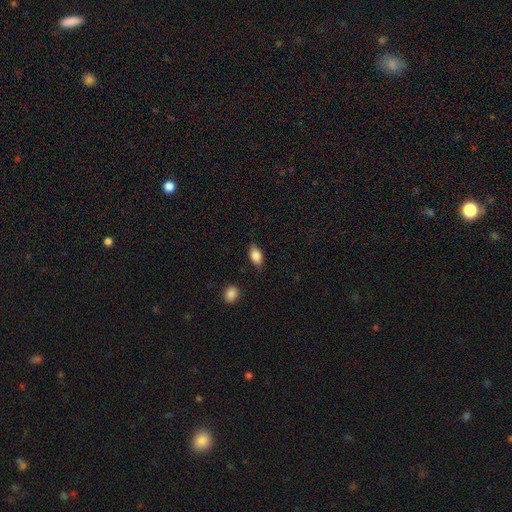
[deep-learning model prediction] Q: Smooth or featured?
A: smooth (84%); runner-up: featured or disk (9%)
Q: How rounded?
A: in between (89%); runner-up: cigar-shaped (6%)
Q: Merging?
A: none (83%); runner-up: minor disturbance (13%)